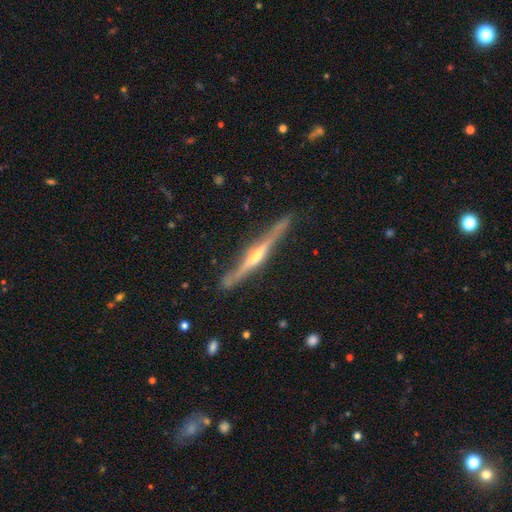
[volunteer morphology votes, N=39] Smooth or featured? featured or disk (85%)
Edge-on disk? yes (100%)
Edge-on bulge? rounded (82%)
Merging? none (71%)